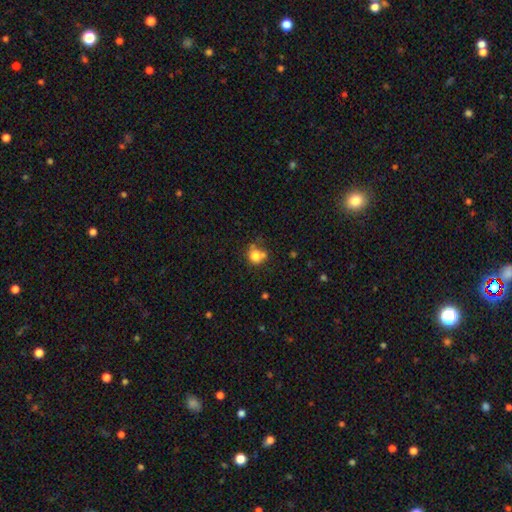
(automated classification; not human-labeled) smooth 77%, star or artifact 12%, featured or disk 11%. Down the decision tree: how rounded — round (77%); merging — none (49%).